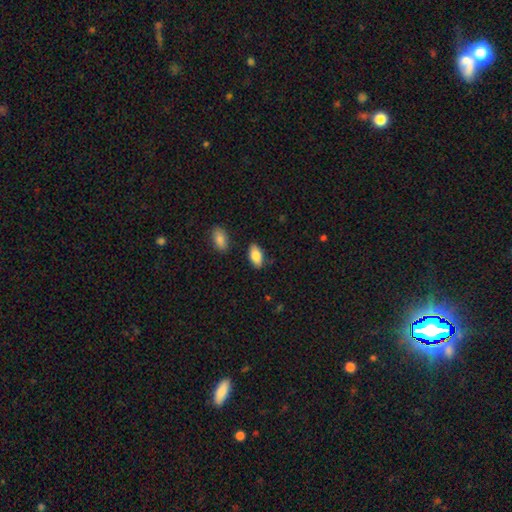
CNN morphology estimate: A smooth galaxy with no disk features (84%) that is in between round and cigar-shaped (92%). Merging: none (84%).